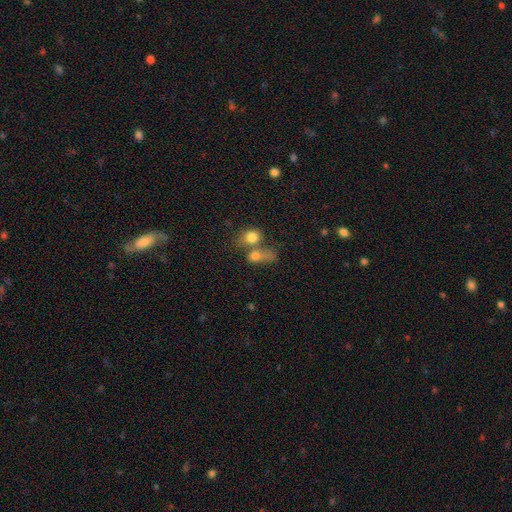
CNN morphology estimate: Smooth or featured: smooth — 75% (featured or disk — 14%)
How rounded: in between — 52% (round — 44%)
Merging: merger — 61% (none — 21%)